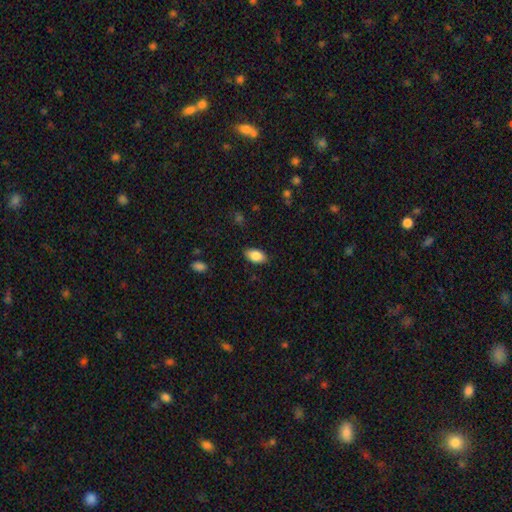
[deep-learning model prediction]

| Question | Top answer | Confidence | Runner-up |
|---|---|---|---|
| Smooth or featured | smooth | 86% | featured or disk (7%) |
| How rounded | in between | 92% | round (5%) |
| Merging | none | 86% | minor disturbance (11%) |